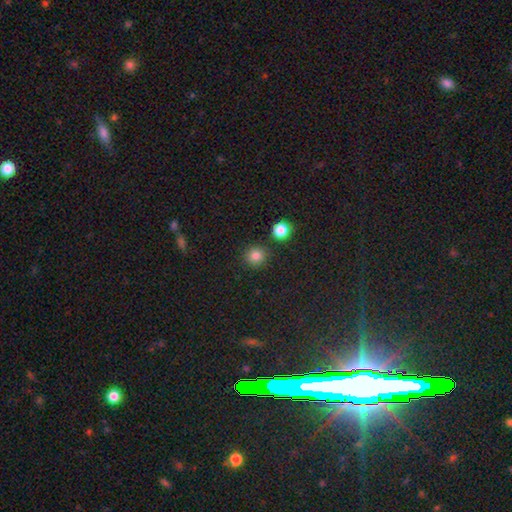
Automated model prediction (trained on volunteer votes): Smooth or featured: smooth — 82% (star or artifact — 13%)
How rounded: round — 93% (in between — 6%)
Merging: none — 87% (minor disturbance — 7%)